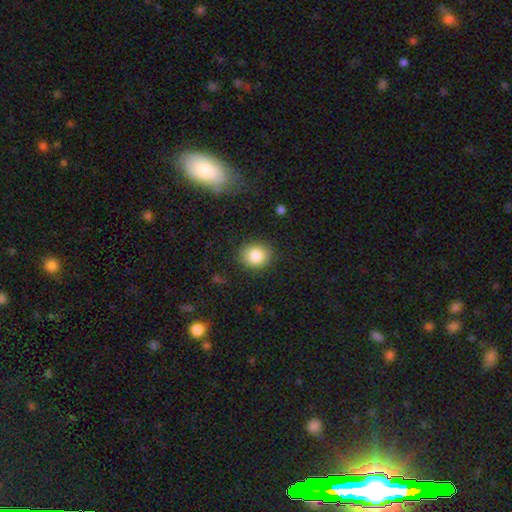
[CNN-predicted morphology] smooth_or_featured: smooth (p=0.83) [alt: star or artifact p=0.10]
how_rounded: round (p=0.70) [alt: in between p=0.29]
merging: none (p=0.87) [alt: minor disturbance p=0.09]